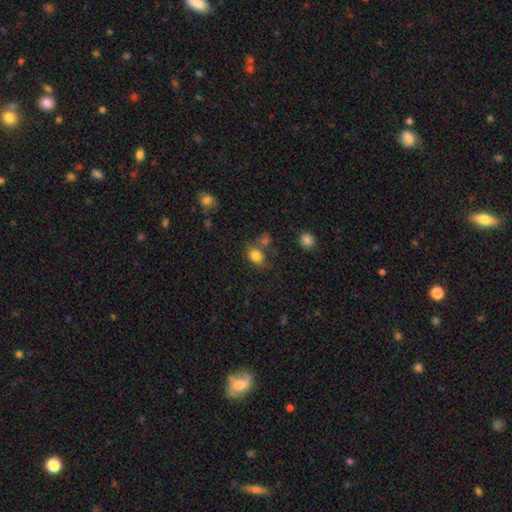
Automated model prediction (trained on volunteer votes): Overall: smooth (82%). How rounded: in between (57%; round 42%). Merging: none (62%).